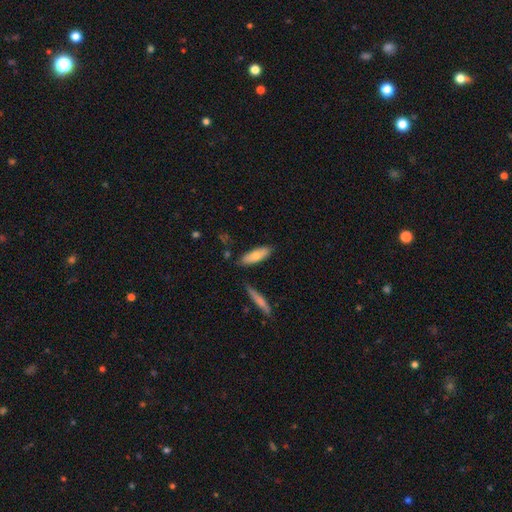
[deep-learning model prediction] The model was most divided on "how rounded": in between: 57%, cigar-shaped: 41%, round: 2%. More confident: merging — none (81%); smooth or featured — smooth (74%).